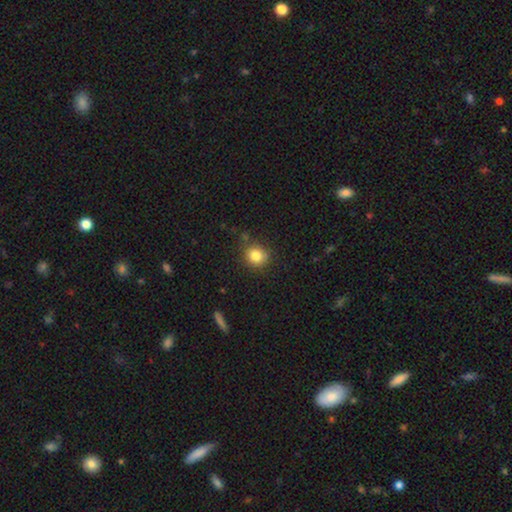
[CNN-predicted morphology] type=smooth (83%); roundness=round (82%); merging=none (80%).